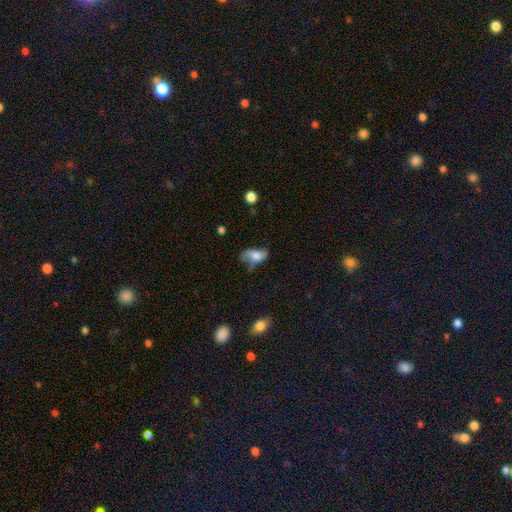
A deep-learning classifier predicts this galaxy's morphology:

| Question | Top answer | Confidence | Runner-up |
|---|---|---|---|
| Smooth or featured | smooth | 61% | featured or disk (30%) |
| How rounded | in between | 88% | round (8%) |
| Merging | none | 33% | minor disturbance (32%) |